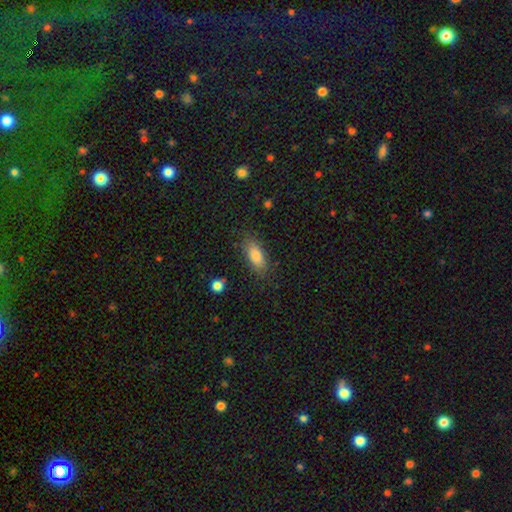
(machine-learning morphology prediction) Smooth or featured? Predicted: smooth (p=0.81). How rounded? Predicted: in between (p=0.84). Merging? Predicted: none (p=0.81).